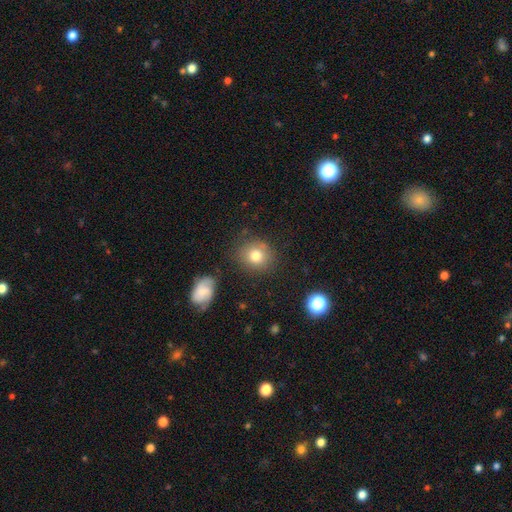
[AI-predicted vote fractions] smooth-or-featured: smooth: 77% | featured or disk: 12% | star or artifact: 11%
  how-rounded: round: 82% | in between: 17% | cigar-shaped: 1%
  merging: none: 80% | minor disturbance: 13% | major disturbance: 4% | merger: 3%